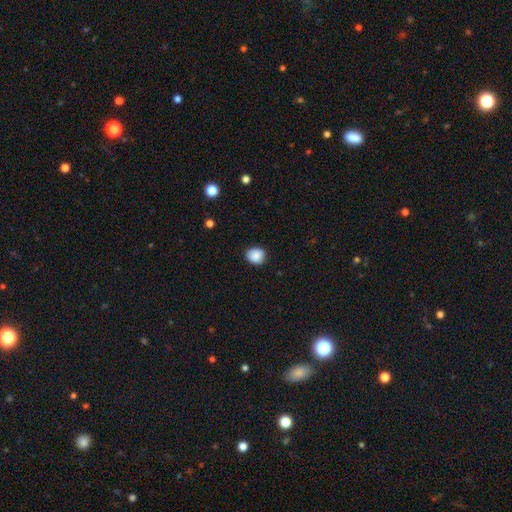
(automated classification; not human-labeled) This is clearly a smooth galaxy (88%). How rounded: likely round (69%). Merging: clearly none (84%).